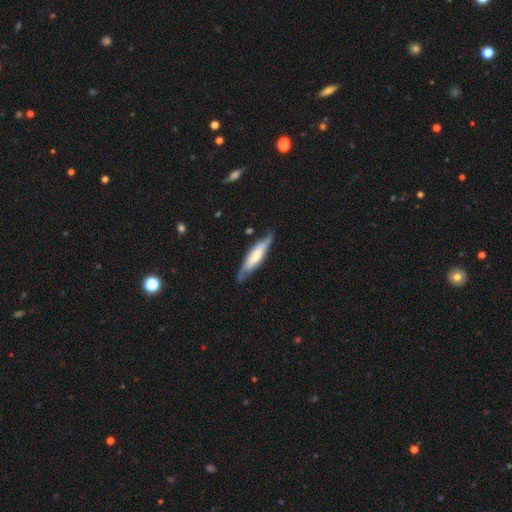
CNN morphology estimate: Smooth or featured? Predicted: featured or disk (p=0.49). Merging? Predicted: none (p=0.76).